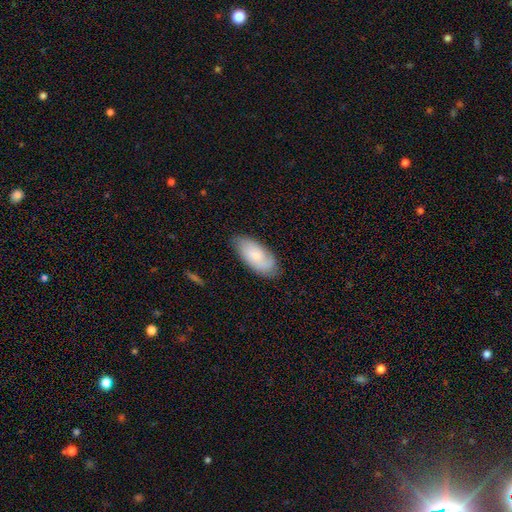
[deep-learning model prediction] Overall: smooth (61%; featured or disk 33%). How rounded: in between (89%). Merging: none (78%).